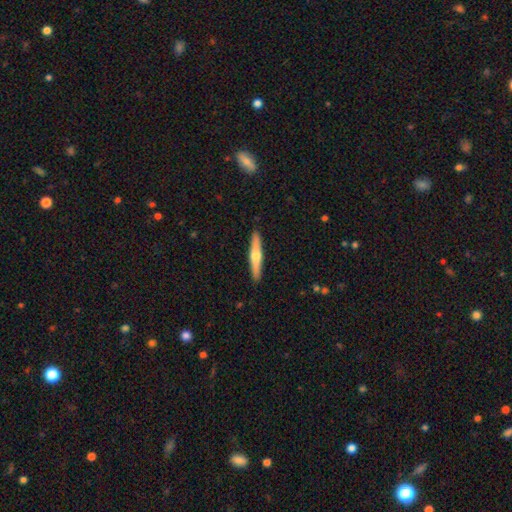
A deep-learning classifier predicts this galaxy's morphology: Smooth or featured: featured or disk — 50% (smooth — 45%)
Merging: none — 91% (minor disturbance — 6%)